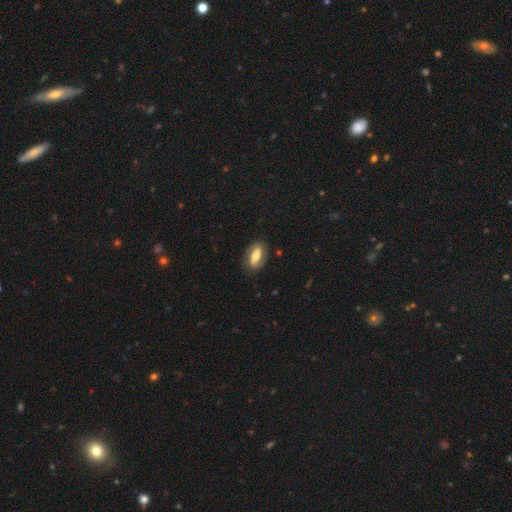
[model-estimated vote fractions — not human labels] Smooth or featured? Predicted: featured or disk (p=0.57). Edge-on disk? Predicted: no (p=0.90). Bar? Predicted: strong (p=0.44). Spiral arms? Predicted: yes (p=0.74). Bulge size? Predicted: moderate (p=0.61). Merging? Predicted: none (p=0.78).